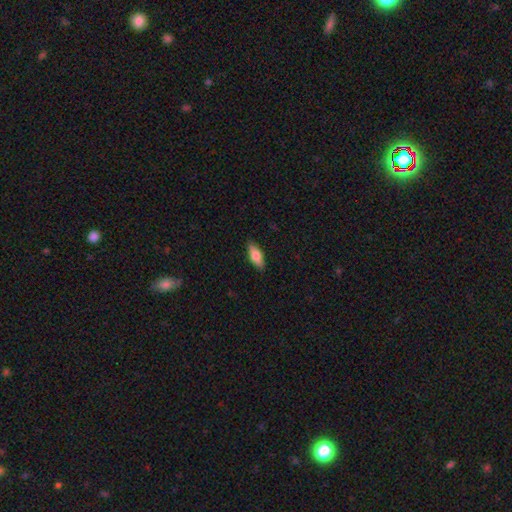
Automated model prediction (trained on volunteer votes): smooth-or-featured: smooth: 76% | featured or disk: 18% | star or artifact: 6%
  how-rounded: in between: 75% | cigar-shaped: 22% | round: 3%
  merging: none: 88% | minor disturbance: 9% | major disturbance: 2% | merger: 1%